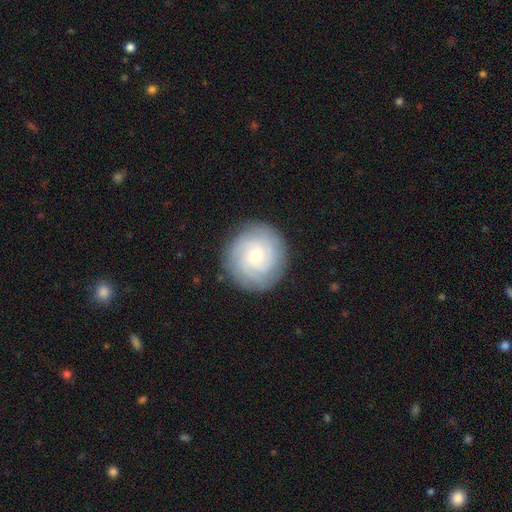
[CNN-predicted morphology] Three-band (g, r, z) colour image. It shows a featured or disk galaxy (68%) with no bar (74%), tight (76%) spiral arms (95%) and a small central bulge (57%). Merging: none (87%).